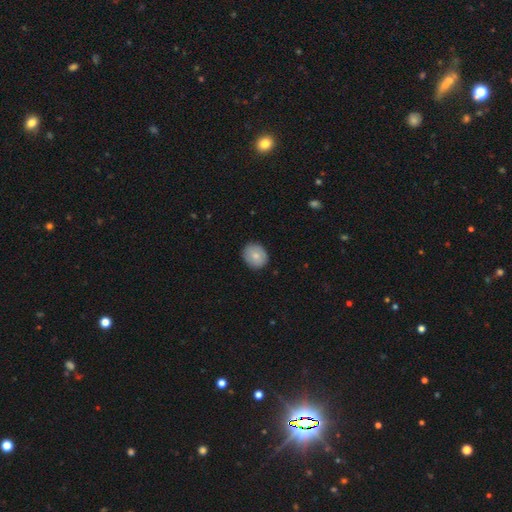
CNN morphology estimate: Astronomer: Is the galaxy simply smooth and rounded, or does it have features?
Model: smooth — 78%.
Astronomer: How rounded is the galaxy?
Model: round — 71%.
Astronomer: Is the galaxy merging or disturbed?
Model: none — 87%.